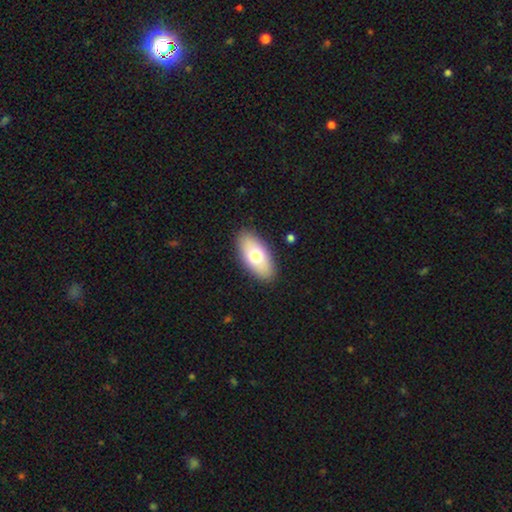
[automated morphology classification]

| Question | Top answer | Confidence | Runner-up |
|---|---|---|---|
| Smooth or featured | smooth | 69% | featured or disk (24%) |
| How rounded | in between | 91% | cigar-shaped (6%) |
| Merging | none | 89% | minor disturbance (8%) |